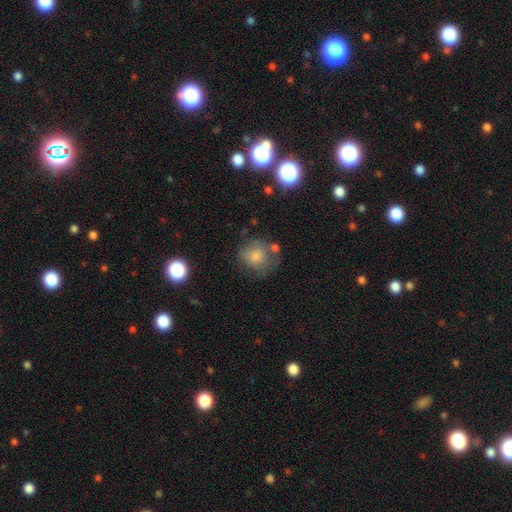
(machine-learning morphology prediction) Smooth or featured? Predicted: smooth (p=0.75). How rounded? Predicted: round (p=0.78). Merging? Predicted: none (p=0.52).